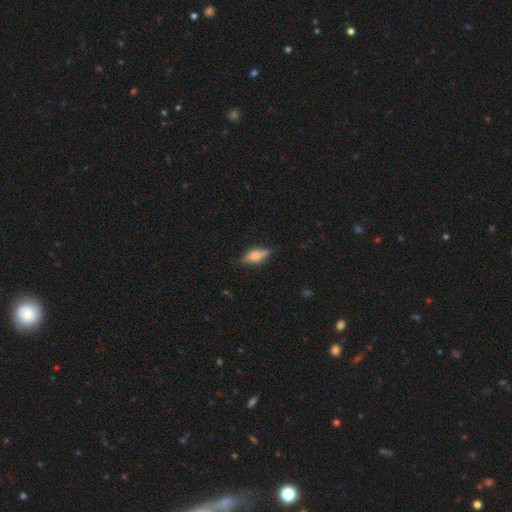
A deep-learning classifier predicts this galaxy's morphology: Smooth or featured?
  - smooth: 64% *
  - featured or disk: 28%
  - star or artifact: 8%
How rounded?
  - in between: 79% *
  - cigar-shaped: 17%
  - round: 4%
Merging?
  - none: 70% *
  - minor disturbance: 23%
  - major disturbance: 5%
  - merger: 2%